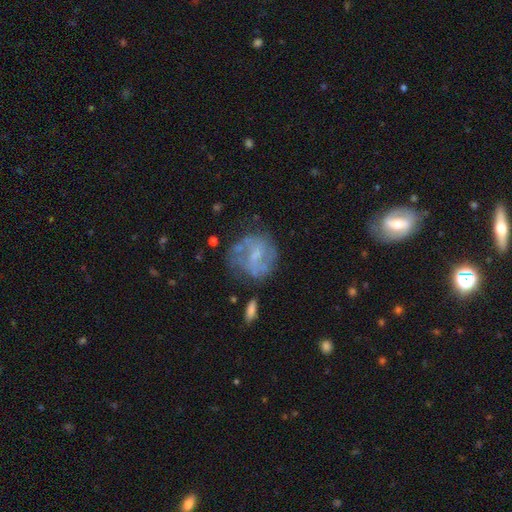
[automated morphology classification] Smooth or featured? featured or disk (65%)
Edge-on disk? no (97%)
Bar? no (46%)
Spiral arms? yes (65%)
Bulge size? small (46%)
Merging? none (58%)